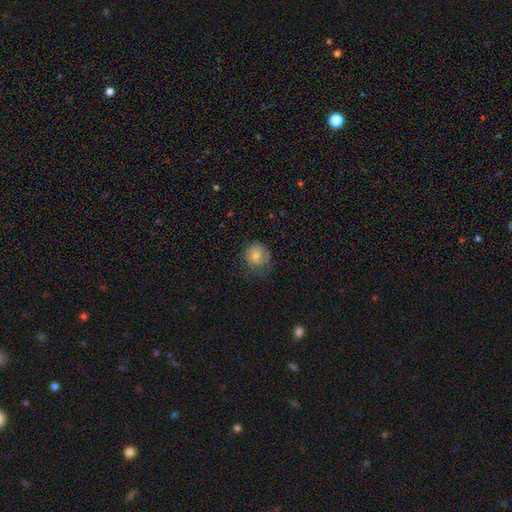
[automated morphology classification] Smooth or featured?
  - smooth: 66% *
  - featured or disk: 23%
  - star or artifact: 11%
How rounded?
  - round: 85% *
  - in between: 14%
  - cigar-shaped: 1%
Merging?
  - none: 61% *
  - minor disturbance: 24%
  - major disturbance: 13%
  - merger: 1%